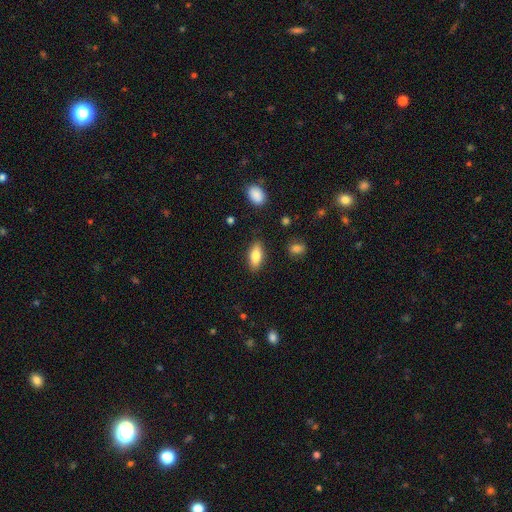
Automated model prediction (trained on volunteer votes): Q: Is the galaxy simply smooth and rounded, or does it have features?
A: smooth — 80%.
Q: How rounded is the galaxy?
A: in between — 85%.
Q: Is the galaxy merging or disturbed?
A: none — 85%.